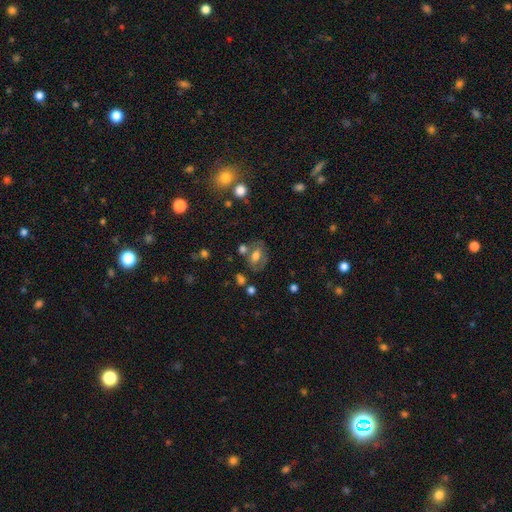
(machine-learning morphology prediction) Smooth or featured? smooth (55%)
How rounded? in between (76%)
Merging? none (53%)